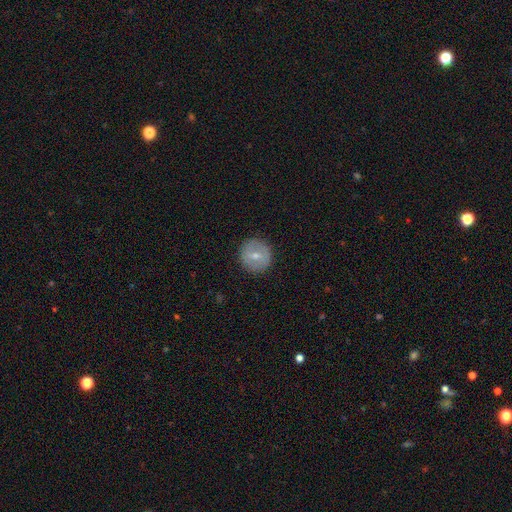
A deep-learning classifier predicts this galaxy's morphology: The model was most divided on "smooth or featured": smooth: 55%, featured or disk: 37%, star or artifact: 8%. More confident: how rounded — round (93%); merging — none (89%).